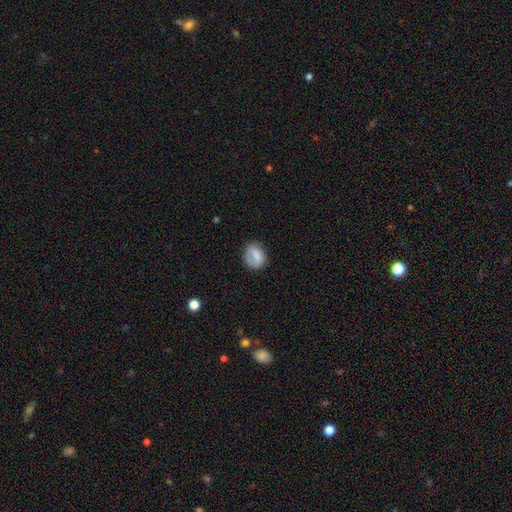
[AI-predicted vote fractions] Smooth or featured? Predicted: smooth (p=0.79). How rounded? Predicted: round (p=0.52). Merging? Predicted: none (p=0.72).